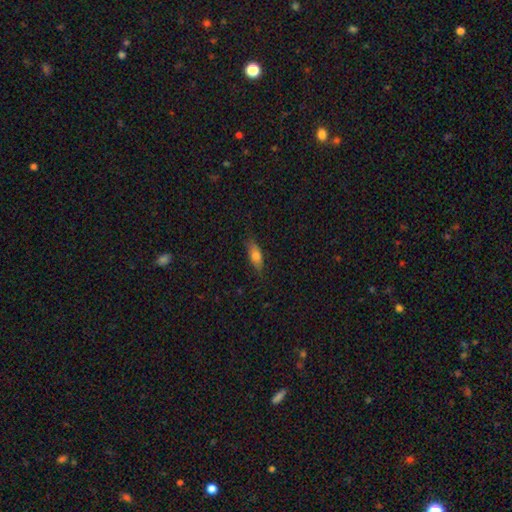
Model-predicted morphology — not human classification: The model was most divided on "how rounded": in between: 67%, cigar-shaped: 29%, round: 3%. More confident: merging — none (77%); smooth or featured — smooth (72%).